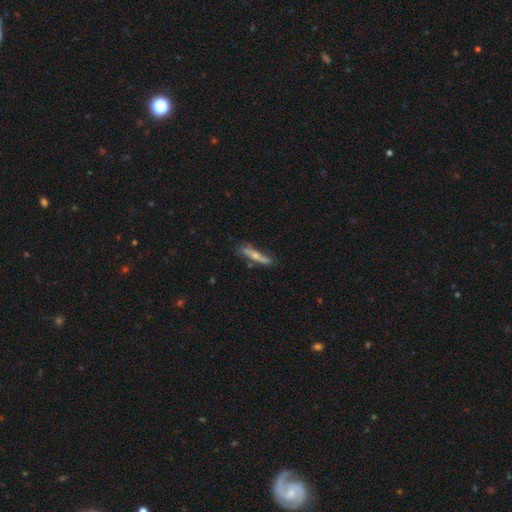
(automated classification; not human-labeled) Smooth or featured? Predicted: smooth (p=0.48). Merging? Predicted: none (p=0.69).